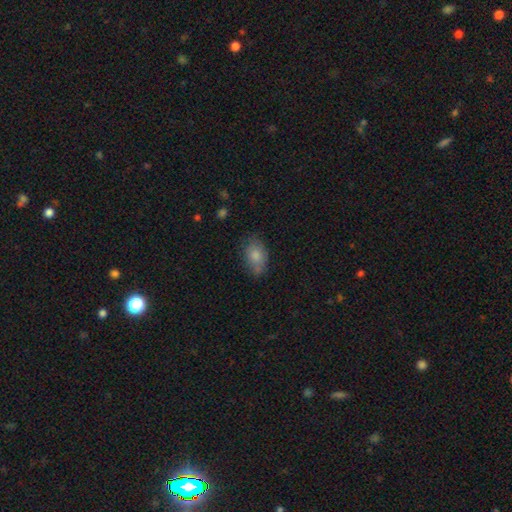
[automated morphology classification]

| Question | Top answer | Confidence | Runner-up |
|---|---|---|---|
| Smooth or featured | smooth | 82% | featured or disk (10%) |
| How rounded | in between | 85% | round (14%) |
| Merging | none | 67% | minor disturbance (24%) |